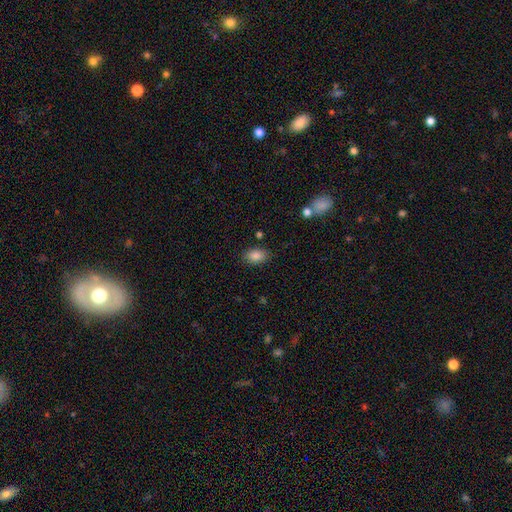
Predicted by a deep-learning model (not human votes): Q: Smooth or featured?
A: smooth (86%); runner-up: star or artifact (9%)
Q: How rounded?
A: in between (87%); runner-up: round (12%)
Q: Merging?
A: none (82%); runner-up: minor disturbance (12%)